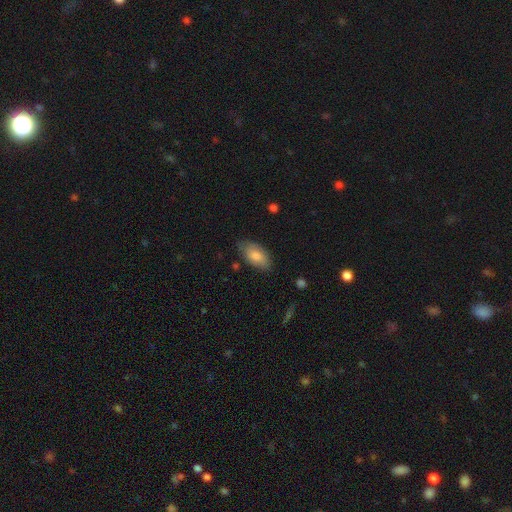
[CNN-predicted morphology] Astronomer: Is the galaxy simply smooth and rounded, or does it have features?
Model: smooth — 80%.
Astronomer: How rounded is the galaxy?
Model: in between — 93%.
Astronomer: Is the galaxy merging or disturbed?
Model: none — 77%.